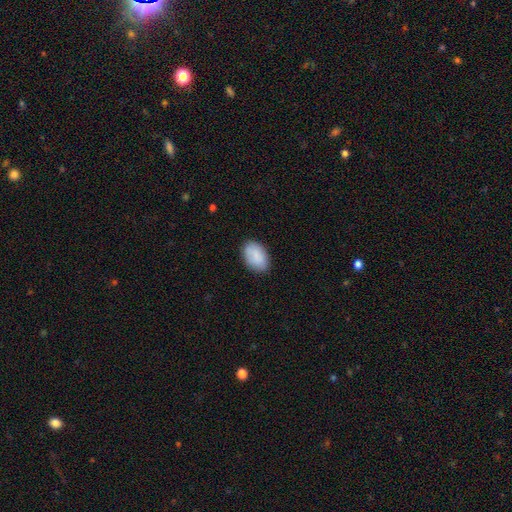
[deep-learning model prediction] A smooth galaxy with no disk features (87%) that is in between round and cigar-shaped (91%). Merging: none (83%).